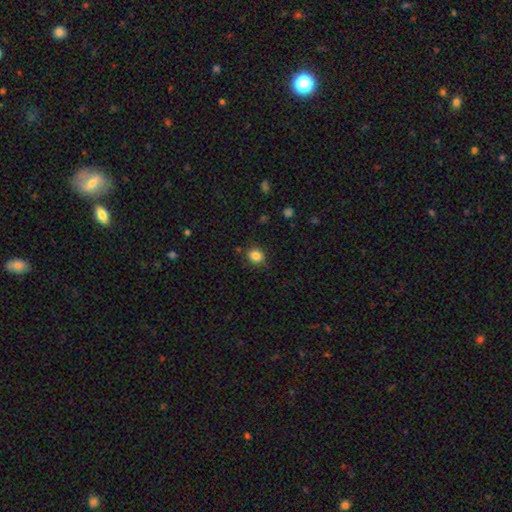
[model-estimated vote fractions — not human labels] Smooth or featured: smooth — 84% (star or artifact — 11%)
How rounded: round — 69% (in between — 30%)
Merging: none — 82% (minor disturbance — 12%)